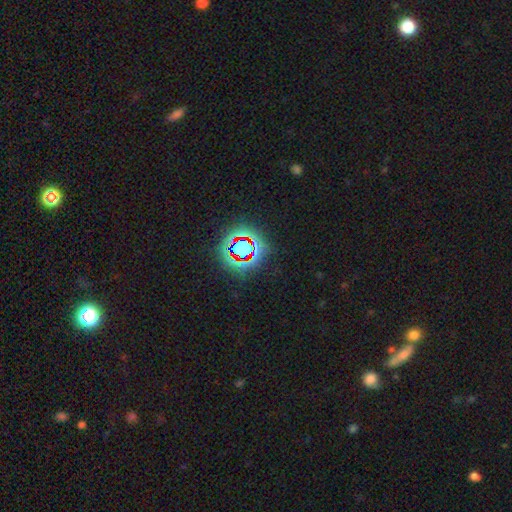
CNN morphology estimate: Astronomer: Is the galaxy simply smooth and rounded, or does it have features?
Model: star or artifact — 76%.